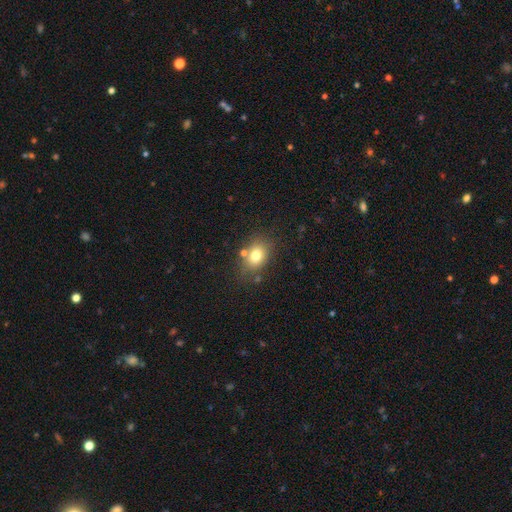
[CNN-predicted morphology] A smooth galaxy with no disk features (76%) that is in between round and cigar-shaped (61%).

Vote fractions:
- Smooth or featured? smooth: 76% / featured or disk: 13% / star or artifact: 12%
- How rounded? in between: 61% / round: 38% / cigar-shaped: 1%
- Merging? none: 70% / minor disturbance: 15% / merger: 10% / major disturbance: 5%